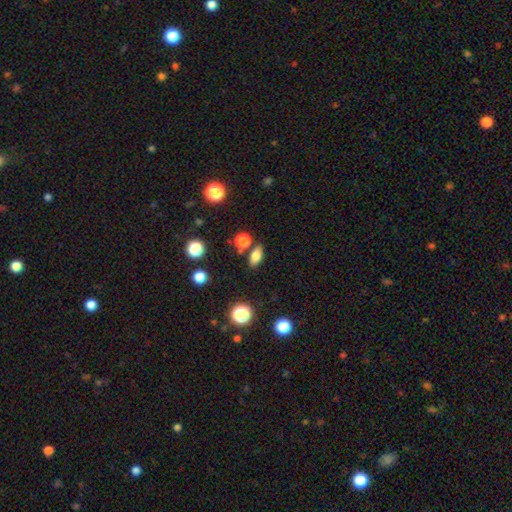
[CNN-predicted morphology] type=smooth (80%); roundness=in between (82%); merging=none (77%).